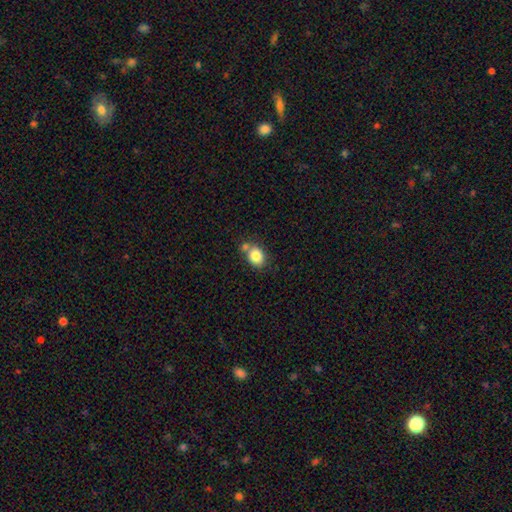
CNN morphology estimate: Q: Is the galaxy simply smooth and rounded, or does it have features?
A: smooth — 82%.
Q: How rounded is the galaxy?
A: round — 51%.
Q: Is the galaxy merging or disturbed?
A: none — 51%.